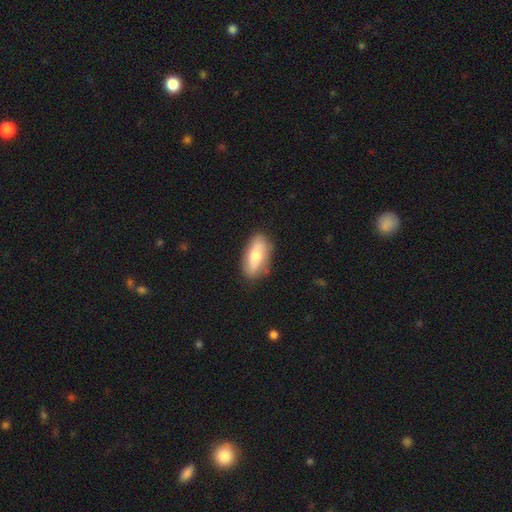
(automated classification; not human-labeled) Morphology: type=smooth (68%); roundness=in between (87%); merging=none (81%).